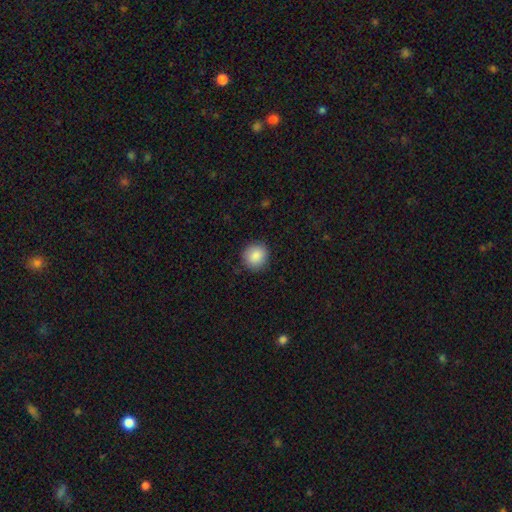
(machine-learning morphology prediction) This appears to be a smooth galaxy with no disk features (88%) that is round (88%). Merging: none (88%).